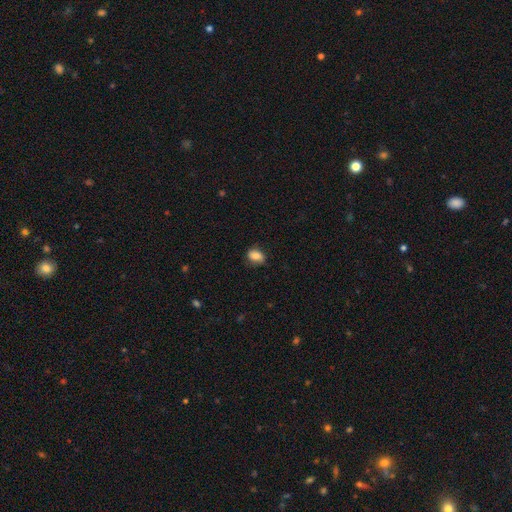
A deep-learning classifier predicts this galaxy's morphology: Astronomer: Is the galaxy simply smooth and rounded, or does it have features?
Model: smooth — 81%.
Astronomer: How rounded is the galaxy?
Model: in between — 71%.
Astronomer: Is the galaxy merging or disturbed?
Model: none — 79%.